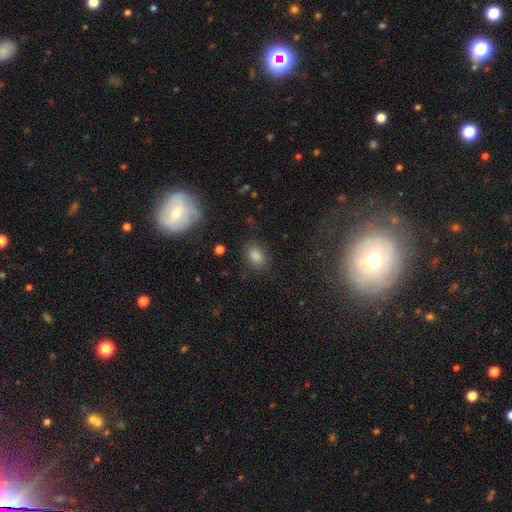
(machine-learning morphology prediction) smooth 76%, star or artifact 15%, featured or disk 9%. Down the decision tree: how rounded — in between (71%); merging — none (80%).